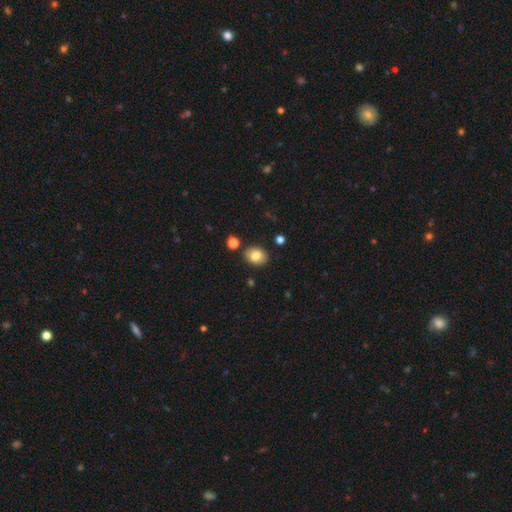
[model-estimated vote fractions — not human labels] Smooth or featured? Predicted: smooth (p=0.80). How rounded? Predicted: in between (p=0.51). Merging? Predicted: none (p=0.86).